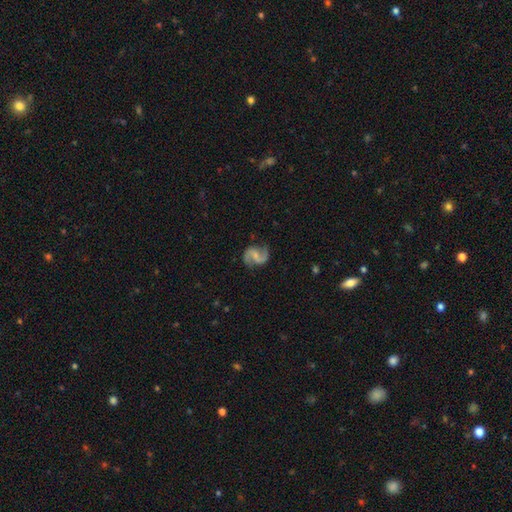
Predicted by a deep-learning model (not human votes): A featured or disk galaxy (88%) with a weak bar (49%), 2 (94%) medium (50%) spiral arms (97%) and a small central bulge (57%). Merging: none (82%).